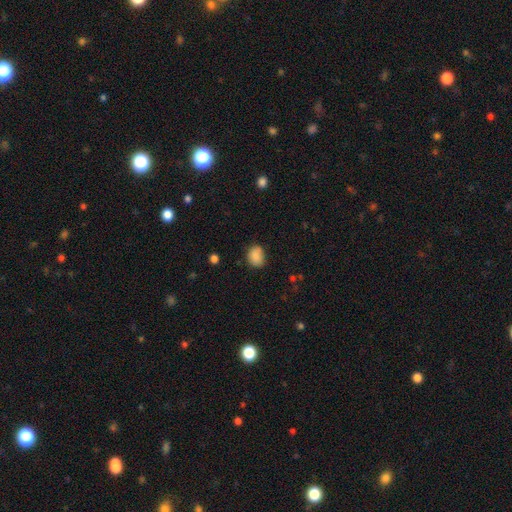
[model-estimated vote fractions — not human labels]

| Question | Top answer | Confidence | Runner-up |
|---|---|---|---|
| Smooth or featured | smooth | 86% | star or artifact (9%) |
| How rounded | in between | 56% | round (43%) |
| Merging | none | 70% | minor disturbance (23%) |